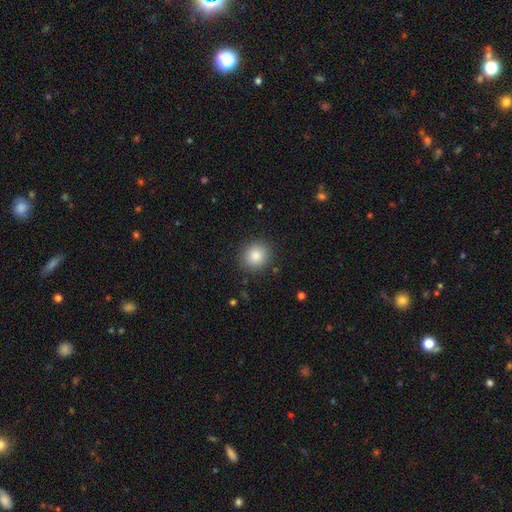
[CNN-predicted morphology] Smooth or featured? Predicted: smooth (p=0.86). How rounded? Predicted: round (p=0.85). Merging? Predicted: none (p=0.89).